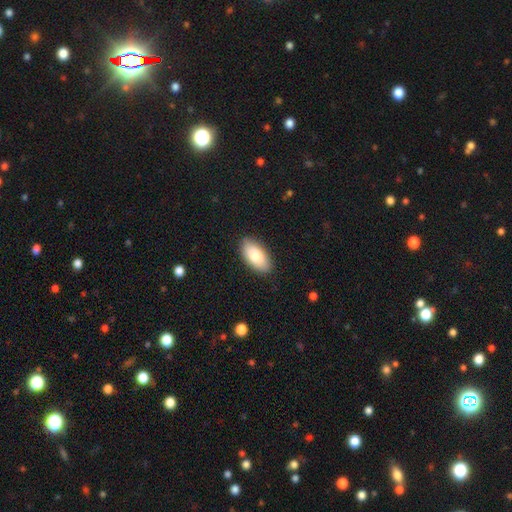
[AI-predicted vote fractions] A smooth galaxy with no disk features (79%) that is in between round and cigar-shaped (93%).

Vote fractions:
- Smooth or featured? smooth: 79% / featured or disk: 15% / star or artifact: 6%
- How rounded? in between: 93% / cigar-shaped: 4% / round: 3%
- Merging? none: 87% / minor disturbance: 9% / major disturbance: 2% / merger: 1%